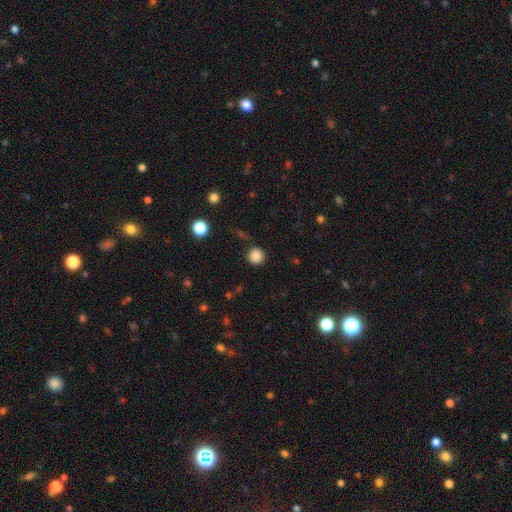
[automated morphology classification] A smooth galaxy with no disk features (85%) that is round (94%).

Vote fractions:
- Smooth or featured? smooth: 85% / star or artifact: 11% / featured or disk: 3%
- How rounded? round: 94% / in between: 5% / cigar-shaped: 1%
- Merging? none: 87% / minor disturbance: 8% / major disturbance: 3% / merger: 2%